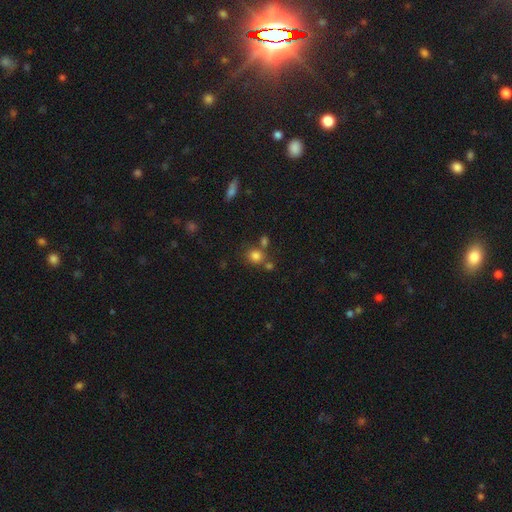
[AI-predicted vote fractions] smooth 79%, star or artifact 14%, featured or disk 7%. Down the decision tree: how rounded — round (81%); merging — none (63%).